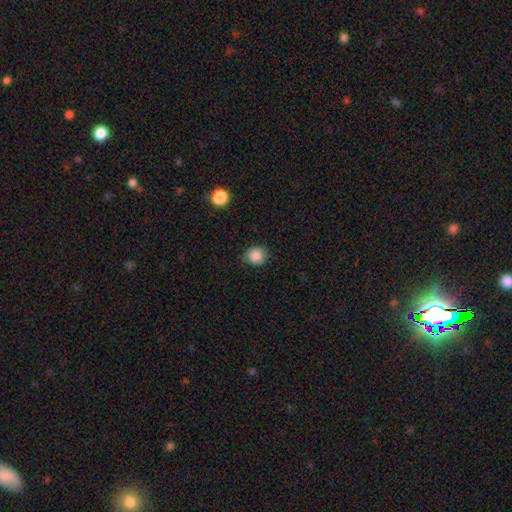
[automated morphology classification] A smooth galaxy with no disk features (87%) that is round (87%). Merging: none (82%).